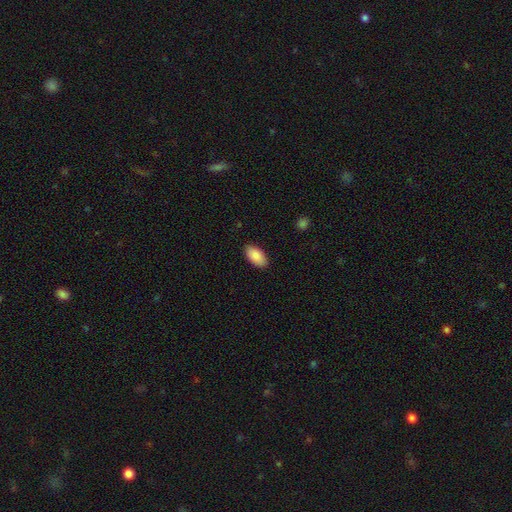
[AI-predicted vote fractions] This appears to be a smooth galaxy with no disk features (87%) that is in between round and cigar-shaped (95%). Merging: none (88%).